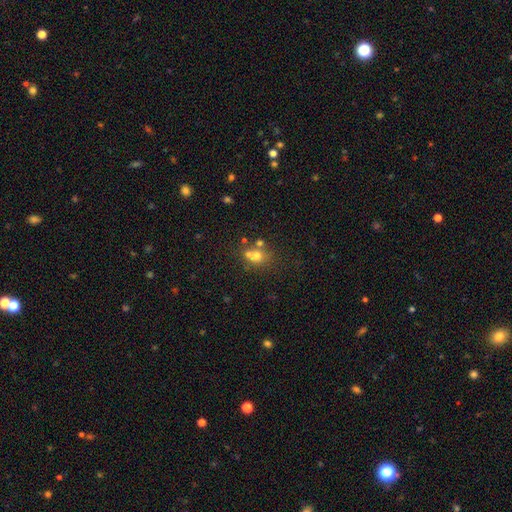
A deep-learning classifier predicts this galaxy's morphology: The model was most divided on "merging": none: 47%, merger: 40%, minor disturbance: 9%, major disturbance: 4%. More confident: how rounded — round (79%); smooth or featured — smooth (65%).